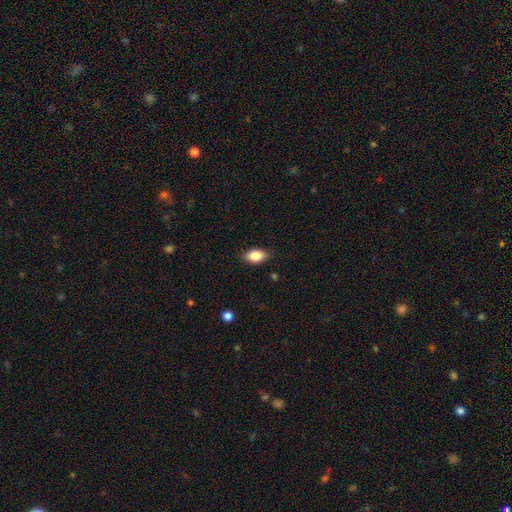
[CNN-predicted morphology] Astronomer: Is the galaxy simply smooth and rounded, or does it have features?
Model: smooth — 85%.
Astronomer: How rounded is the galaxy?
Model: in between — 88%.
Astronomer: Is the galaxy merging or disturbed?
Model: none — 85%.